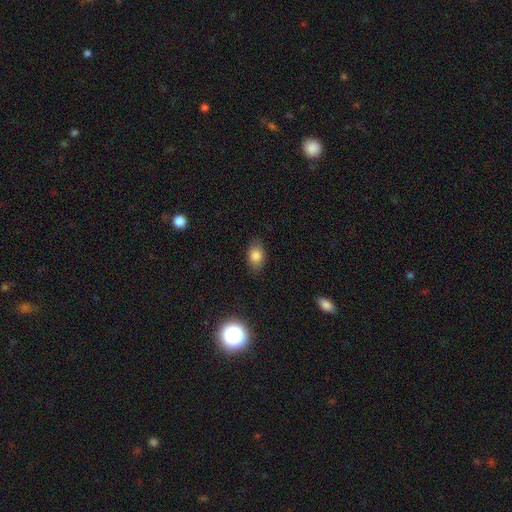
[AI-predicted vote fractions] A smooth galaxy with no disk features (80%) that is in between round and cigar-shaped (84%). Merging: none (84%).